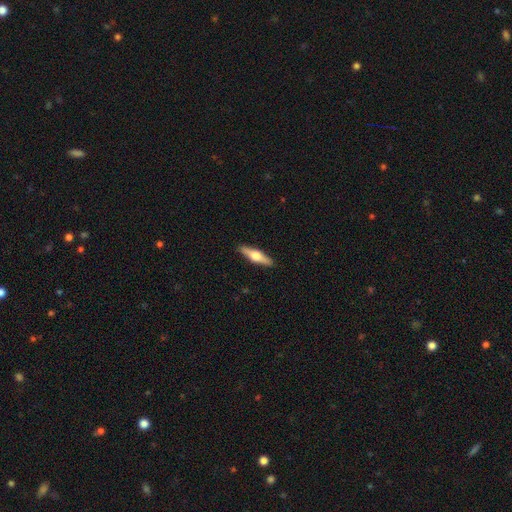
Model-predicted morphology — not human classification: Smooth or featured: featured or disk — 57% (smooth — 38%)
Edge-on disk: yes — 95% (no — 5%)
Edge-on bulge: rounded — 94% (boxy — 4%)
Merging: none — 91% (minor disturbance — 7%)